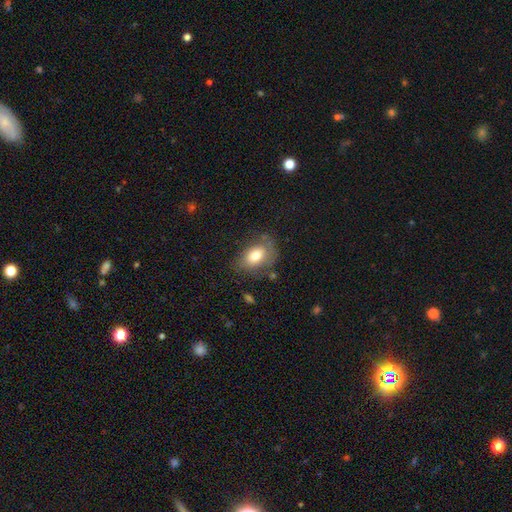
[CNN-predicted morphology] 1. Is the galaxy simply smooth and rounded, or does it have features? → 71% smooth, 21% featured or disk, 8% star or artifact.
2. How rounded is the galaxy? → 81% in between, 18% round, 1% cigar-shaped.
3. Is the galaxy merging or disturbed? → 61% none, 25% minor disturbance, 11% major disturbance, 4% merger.